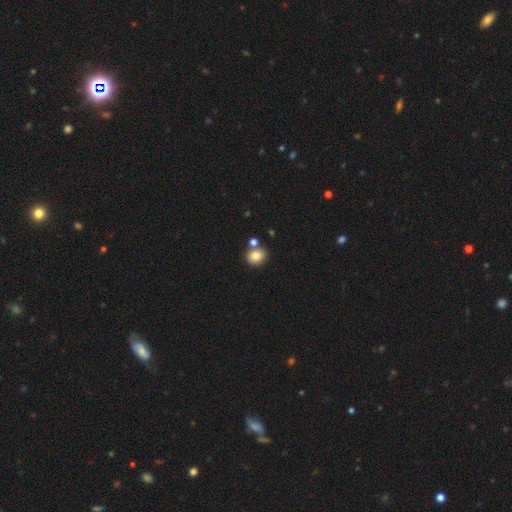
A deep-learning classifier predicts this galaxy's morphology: Smooth or featured? Predicted: smooth (p=0.83). How rounded? Predicted: round (p=0.67). Merging? Predicted: none (p=0.63).